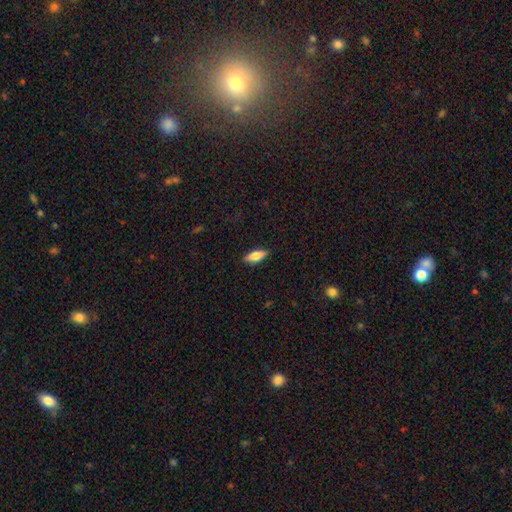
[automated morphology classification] smooth 67%, featured or disk 27%, star or artifact 6%. Down the decision tree: how rounded — in between (64%); merging — none (88%).